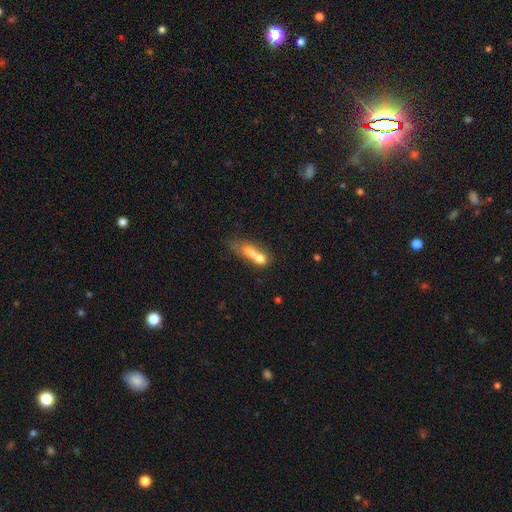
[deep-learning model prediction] smooth-or-featured: smooth: 63% | featured or disk: 27% | star or artifact: 11%
  how-rounded: in between: 53% | cigar-shaped: 24% | round: 23%
  merging: merger: 62% | none: 18% | major disturbance: 11% | minor disturbance: 9%